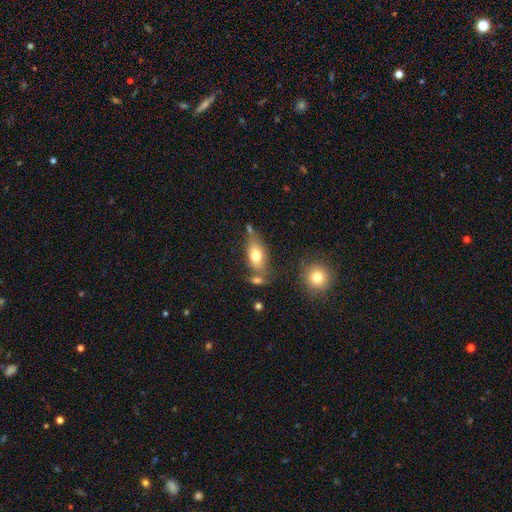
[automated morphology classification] Overall: smooth (72%). How rounded: in between (85%). Merging: none (57%; merger 18%).